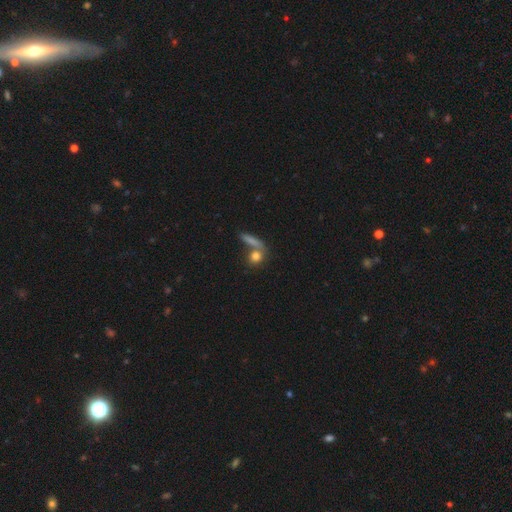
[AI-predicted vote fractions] Smooth or featured? smooth (62%)
How rounded? round (56%)
Merging? none (52%)